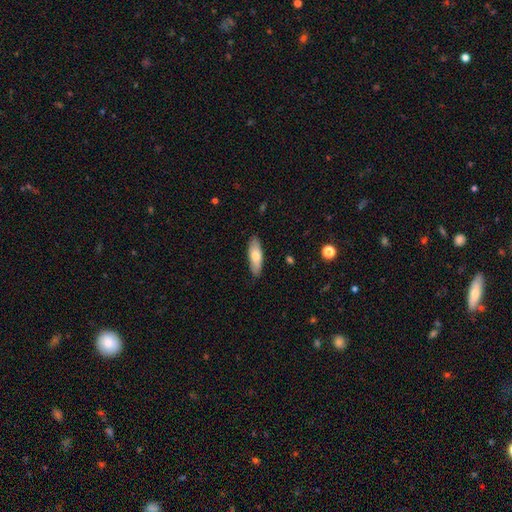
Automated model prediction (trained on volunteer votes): Smooth or featured? Predicted: smooth (p=0.73). How rounded? Predicted: in between (p=0.58). Merging? Predicted: none (p=0.86).